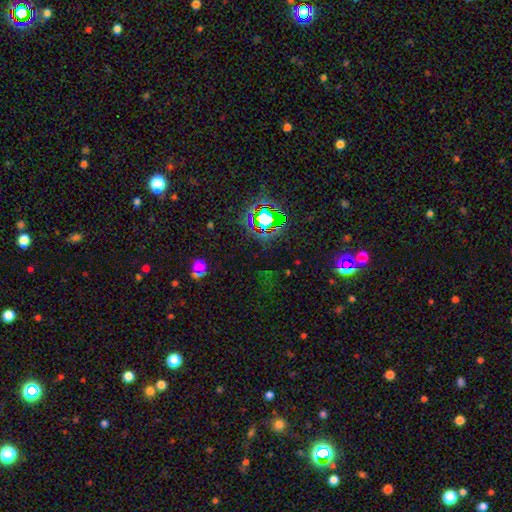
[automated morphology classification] Smooth or featured? Predicted: star or artifact (p=0.63).